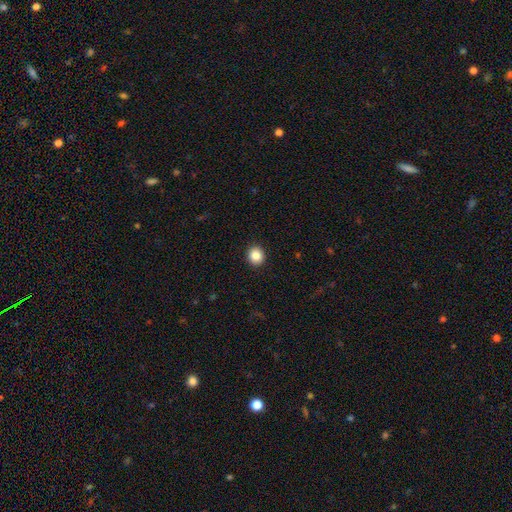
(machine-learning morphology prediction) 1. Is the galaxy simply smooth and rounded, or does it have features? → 86% smooth, 9% star or artifact, 5% featured or disk.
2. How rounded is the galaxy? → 87% round, 12% in between, 1% cigar-shaped.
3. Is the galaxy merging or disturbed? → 93% none, 5% minor disturbance, 2% major disturbance, 1% merger.